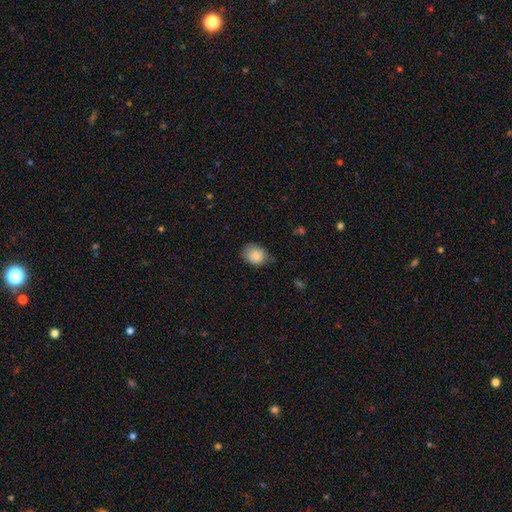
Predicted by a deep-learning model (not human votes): A smooth galaxy with no disk features (86%) that is round (52%). Merging: none (68%).